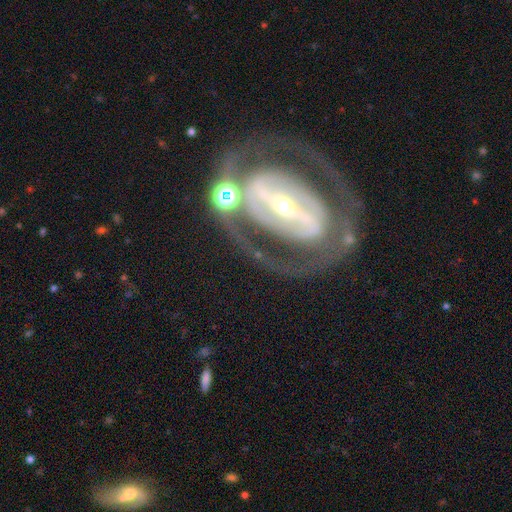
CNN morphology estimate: smooth-or-featured: featured or disk: 84% | smooth: 10% | star or artifact: 6%
  disk-edge-on: no: 93% | yes: 7%
    bar: strong: 68% | weak: 19% | no: 13%
    has-spiral-arms: yes: 60% | no: 40%
    bulge-size: small: 72% | moderate: 22% | large: 3% | dominant: 1% | none: 1%
  merging: none: 65% | minor disturbance: 14% | major disturbance: 14% | merger: 7%